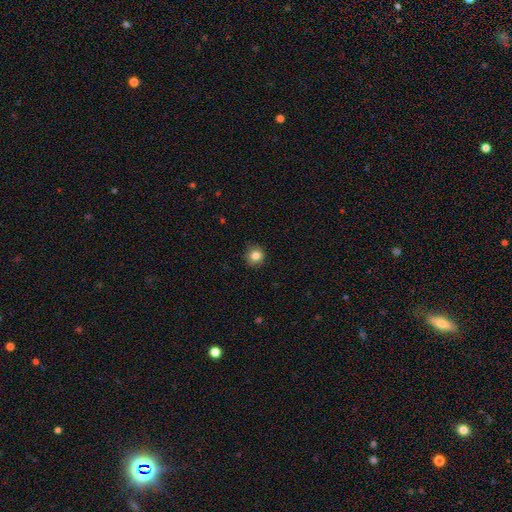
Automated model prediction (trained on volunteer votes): Smooth or featured? Predicted: smooth (p=0.83). How rounded? Predicted: round (p=0.89). Merging? Predicted: none (p=0.87).